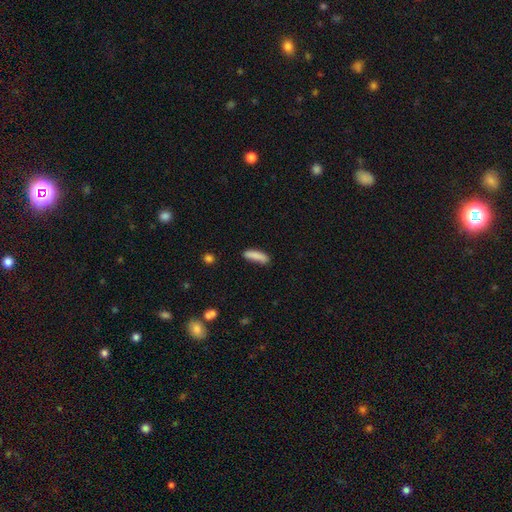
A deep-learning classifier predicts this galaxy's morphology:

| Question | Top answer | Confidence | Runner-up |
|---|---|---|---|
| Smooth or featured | smooth | 86% | star or artifact (7%) |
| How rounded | cigar-shaped | 62% | in between (36%) |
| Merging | none | 74% | minor disturbance (19%) |